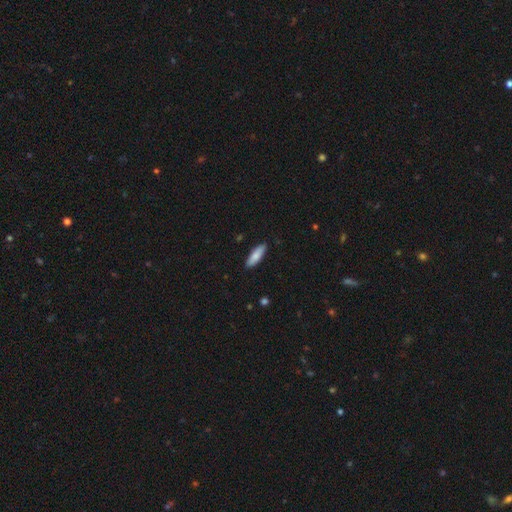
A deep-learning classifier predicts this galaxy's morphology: This is clearly a smooth galaxy (81%). How rounded: possibly cigar-shaped (49%, tied with in between). Merging: clearly none (88%).